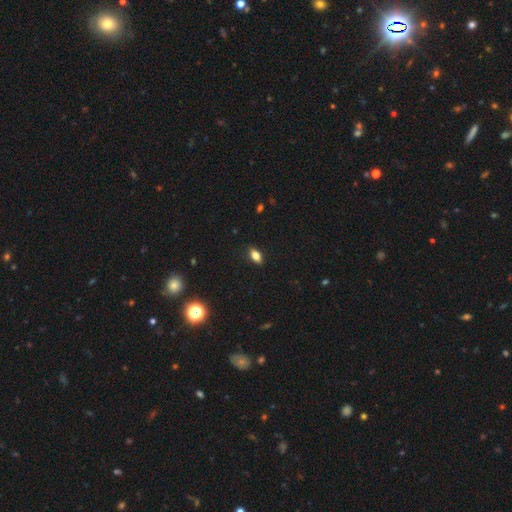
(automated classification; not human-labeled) The model was most divided on "smooth or featured": smooth: 75%, featured or disk: 15%, star or artifact: 10%. More confident: merging — none (86%); how rounded — in between (83%).